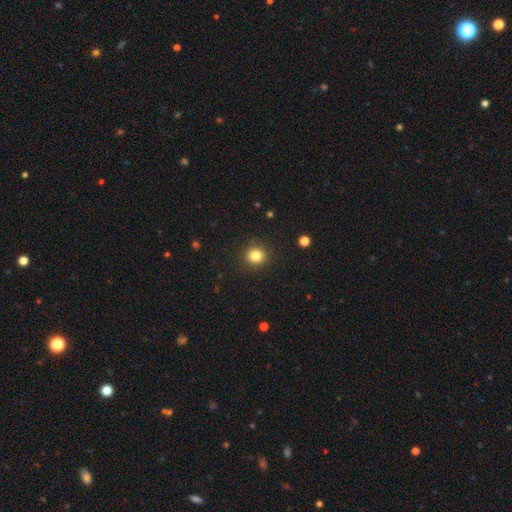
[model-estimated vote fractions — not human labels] Morphology: type=smooth (83%); roundness=round (90%); merging=none (90%).